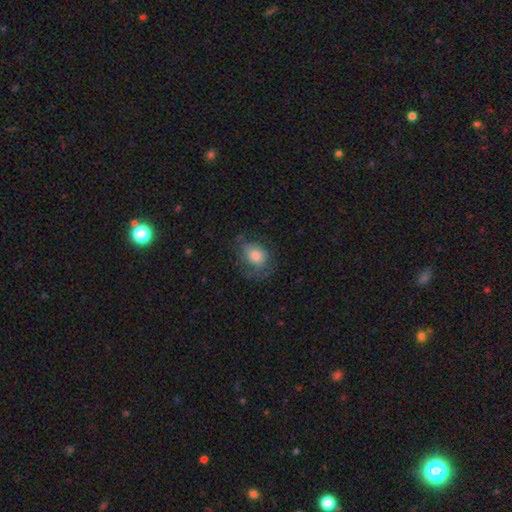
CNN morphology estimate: smooth 63%, featured or disk 28%, star or artifact 9%. Down the decision tree: how rounded — in between (52%); merging — none (56%).